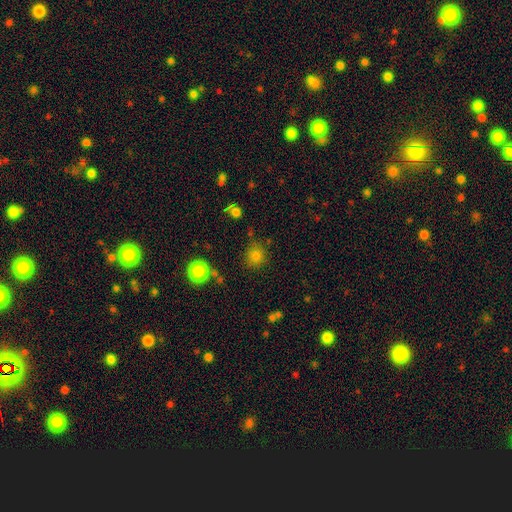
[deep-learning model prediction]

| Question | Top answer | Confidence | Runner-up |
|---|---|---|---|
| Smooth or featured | smooth | 80% | star or artifact (15%) |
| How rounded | round | 87% | in between (12%) |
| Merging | none | 81% | minor disturbance (11%) |